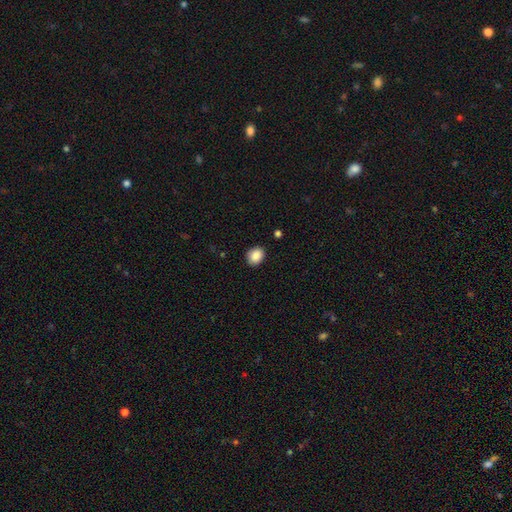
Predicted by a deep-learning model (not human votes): Morphology: type=smooth (88%); roundness=round (56%); merging=none (87%).